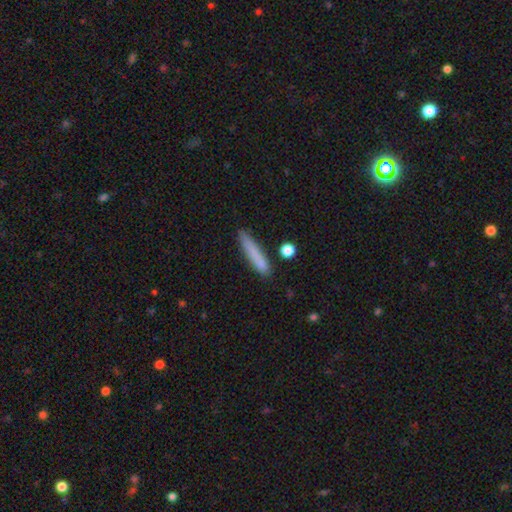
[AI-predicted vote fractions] Smooth or featured: smooth — 78% (featured or disk — 14%)
How rounded: cigar-shaped — 93% (in between — 6%)
Merging: none — 81% (minor disturbance — 13%)